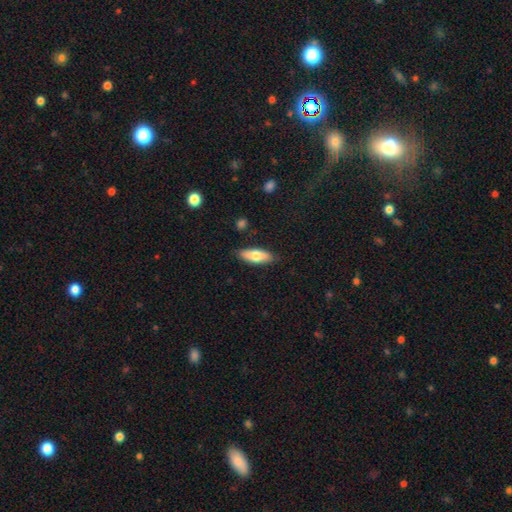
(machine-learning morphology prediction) A smooth galaxy with no disk features (71%) that is in between round and cigar-shaped (67%).

Vote fractions:
- Smooth or featured? smooth: 71% / featured or disk: 22% / star or artifact: 6%
- How rounded? in between: 67% / cigar-shaped: 30% / round: 2%
- Merging? none: 84% / minor disturbance: 12% / major disturbance: 2% / merger: 2%